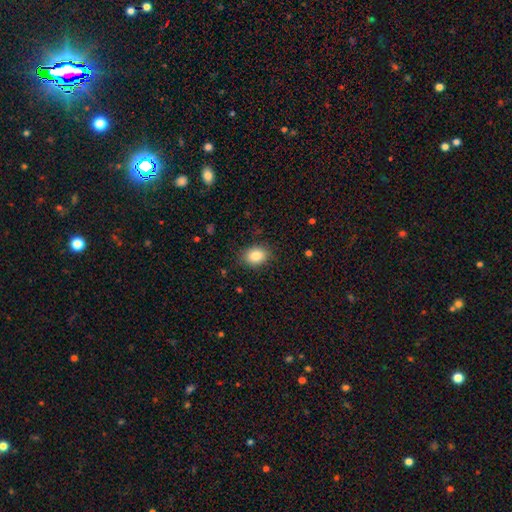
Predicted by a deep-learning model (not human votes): This appears to be a smooth galaxy with no disk features (85%) that is in between round and cigar-shaped (63%). Merging: none (85%).